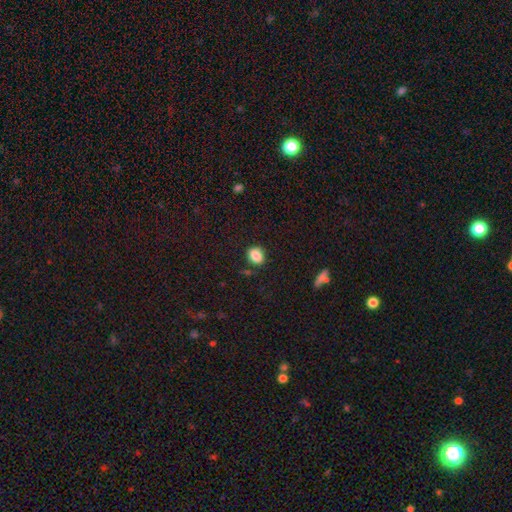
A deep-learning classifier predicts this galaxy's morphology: Smooth or featured? Predicted: smooth (p=0.86). How rounded? Predicted: round (p=0.55). Merging? Predicted: none (p=0.83).